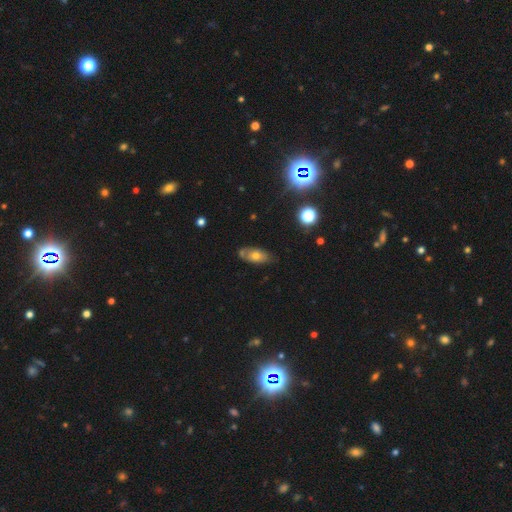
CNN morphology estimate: smooth-or-featured: smooth: 54% | featured or disk: 34% | star or artifact: 12%
  how-rounded: in between: 86% | cigar-shaped: 7% | round: 6%
  merging: none: 64% | minor disturbance: 24% | merger: 6% | major disturbance: 5%